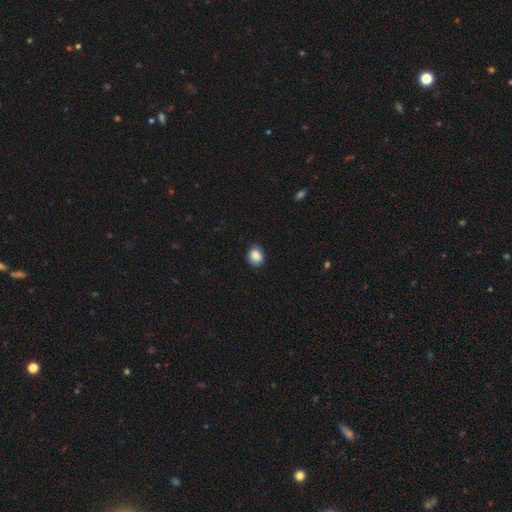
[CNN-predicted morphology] type=smooth (88%); roundness=round (51%); merging=none (83%).